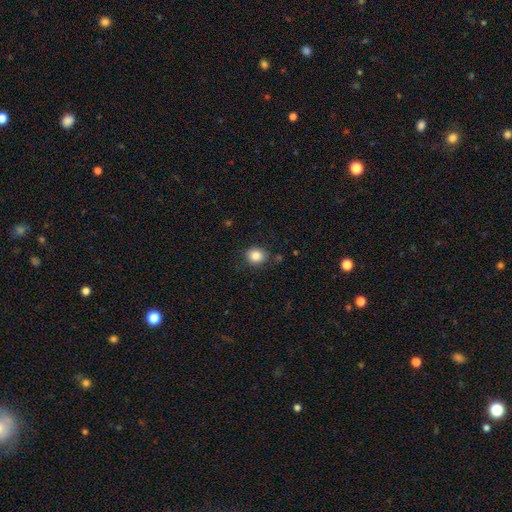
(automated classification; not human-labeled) smooth_or_featured: smooth (p=0.85) [alt: star or artifact p=0.10]
how_rounded: round (p=0.80) [alt: in between p=0.19]
merging: none (p=0.84) [alt: minor disturbance p=0.11]